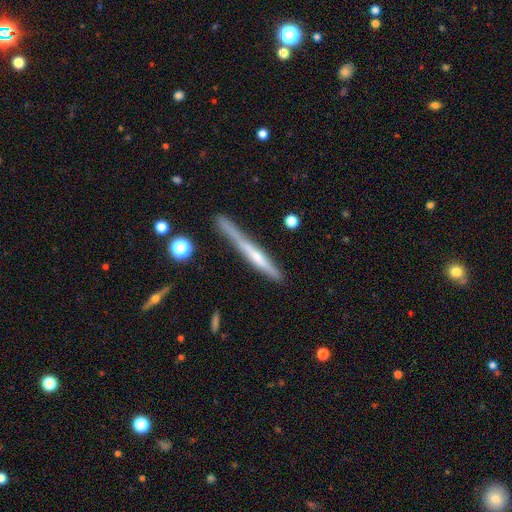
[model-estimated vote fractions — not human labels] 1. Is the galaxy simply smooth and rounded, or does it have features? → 56% featured or disk, 36% smooth, 7% star or artifact.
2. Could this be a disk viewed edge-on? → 95% yes, 5% no.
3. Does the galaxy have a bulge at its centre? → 52% none, 37% rounded, 11% boxy.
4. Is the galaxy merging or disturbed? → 67% none, 22% minor disturbance, 6% major disturbance, 6% merger.